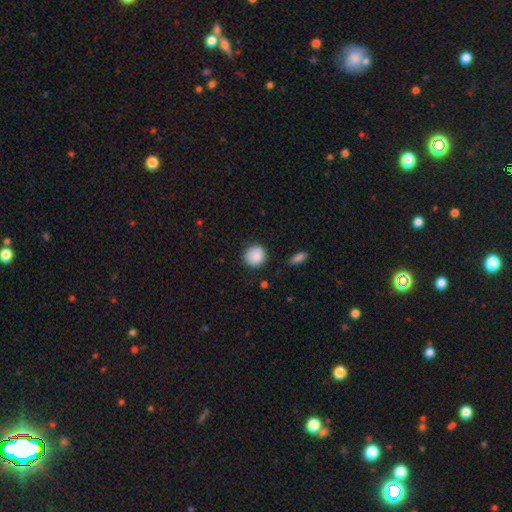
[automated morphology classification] Smooth or featured?
  - smooth: 88% *
  - star or artifact: 8%
  - featured or disk: 4%
How rounded?
  - round: 89% *
  - in between: 10%
  - cigar-shaped: 1%
Merging?
  - none: 84% *
  - minor disturbance: 11%
  - major disturbance: 3%
  - merger: 2%